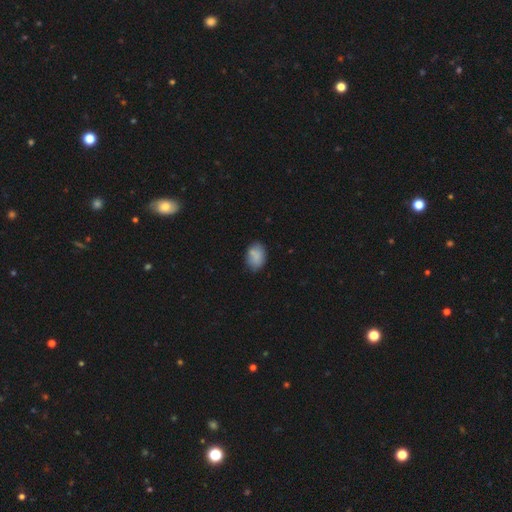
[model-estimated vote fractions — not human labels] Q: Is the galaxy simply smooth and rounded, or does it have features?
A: smooth — 84%.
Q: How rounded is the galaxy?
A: in between — 80%.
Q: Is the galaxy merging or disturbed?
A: none — 72%.